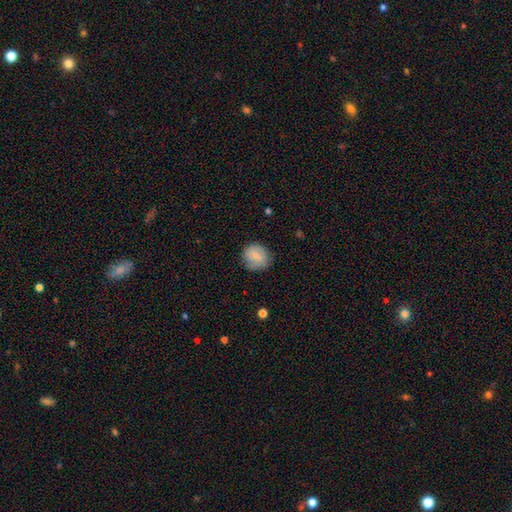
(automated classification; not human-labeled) This is likely a smooth galaxy (75%). How rounded: likely round (79%). Merging: likely none (75%).